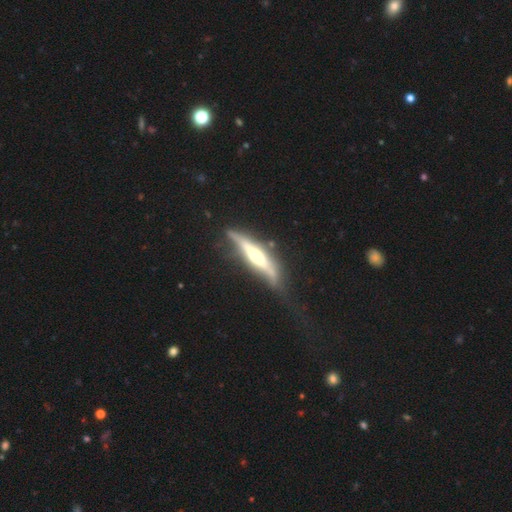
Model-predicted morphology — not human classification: type=featured or disk (76%); edge-on=yes (92%); edge-on bulge=rounded (76%); merging=none (63%).